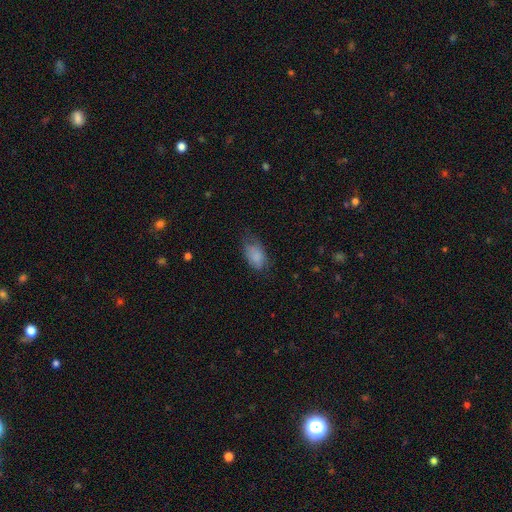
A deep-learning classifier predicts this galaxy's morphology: smooth_or_featured: smooth (p=0.82) [alt: featured or disk p=0.09]
how_rounded: in between (p=0.91) [alt: round p=0.07]
merging: none (p=0.48) [alt: minor disturbance p=0.35]